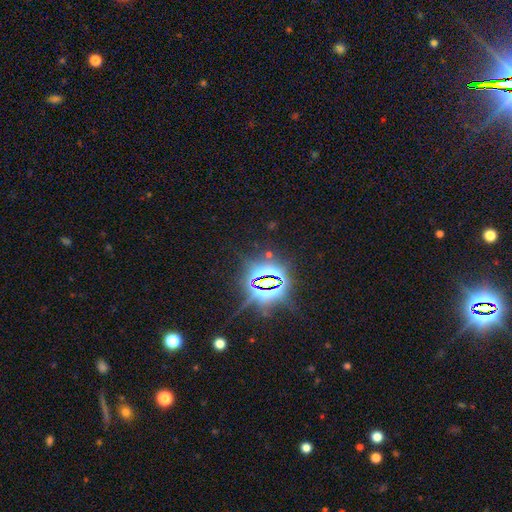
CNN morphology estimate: This is clearly a star or artifact rather than a galaxy (85%).